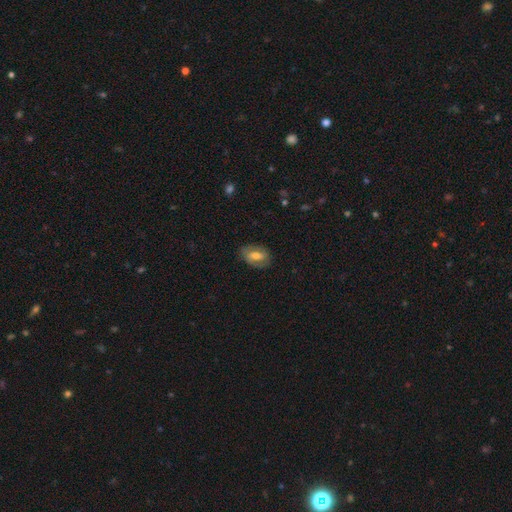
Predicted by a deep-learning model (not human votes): smooth 50%, featured or disk 43%, star or artifact 7%. Down the decision tree: merging — none (77%).